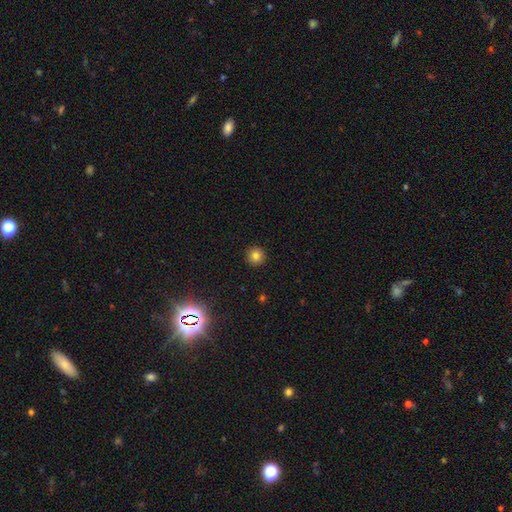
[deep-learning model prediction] Smooth or featured? Predicted: smooth (p=0.81). How rounded? Predicted: round (p=0.95). Merging? Predicted: none (p=0.93).